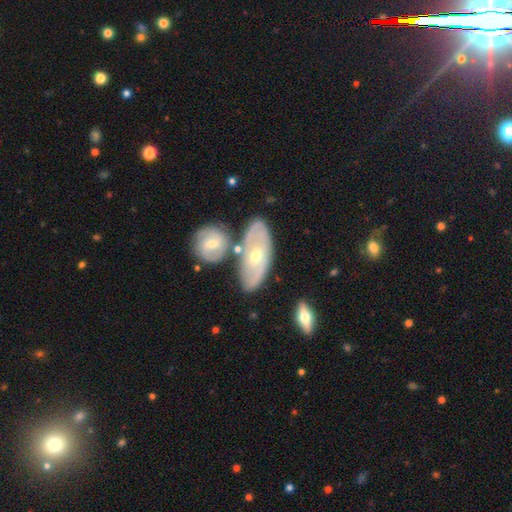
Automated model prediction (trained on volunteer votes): smooth_or_featured: featured or disk (p=0.69) [alt: smooth p=0.25]
disk_edge_on: no (p=0.86) [alt: yes p=0.14]
bar: no (p=0.57) [alt: weak p=0.33]
has_spiral_arms: yes (p=0.71) [alt: no p=0.29]
bulge_size: moderate (p=0.68) [alt: small p=0.27]
merging: none (p=0.68) [alt: minor disturbance p=0.14]